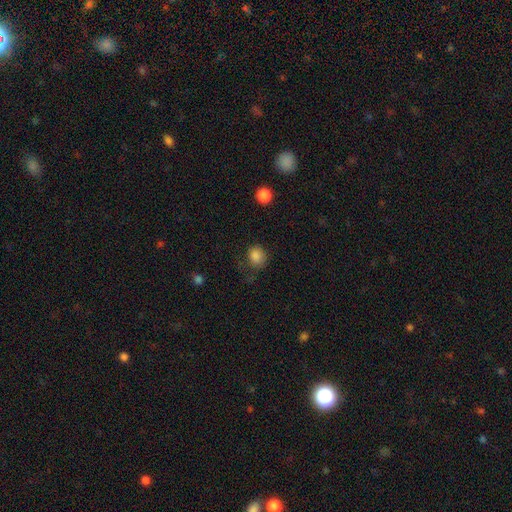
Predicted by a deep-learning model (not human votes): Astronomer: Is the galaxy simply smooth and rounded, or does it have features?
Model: smooth — 84%.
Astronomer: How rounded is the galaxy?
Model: round — 70%.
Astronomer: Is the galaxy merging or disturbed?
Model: none — 64%.